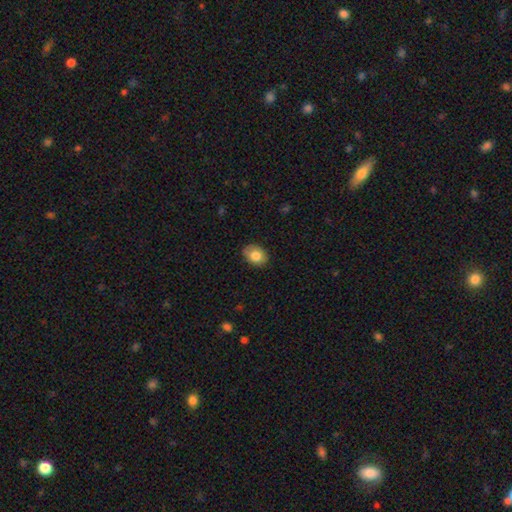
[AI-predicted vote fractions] Smooth or featured: smooth — 81% (featured or disk — 11%)
How rounded: in between — 67% (round — 33%)
Merging: none — 84% (minor disturbance — 12%)